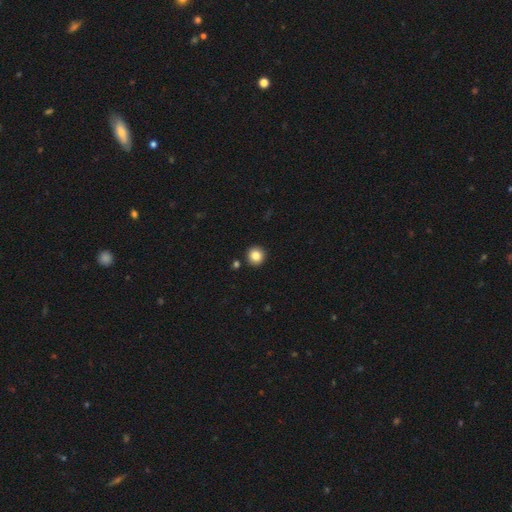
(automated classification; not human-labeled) smooth-or-featured: smooth: 85% | star or artifact: 10% | featured or disk: 5%
  how-rounded: round: 92% | in between: 7% | cigar-shaped: 1%
  merging: none: 91% | minor disturbance: 5% | merger: 2% | major disturbance: 2%